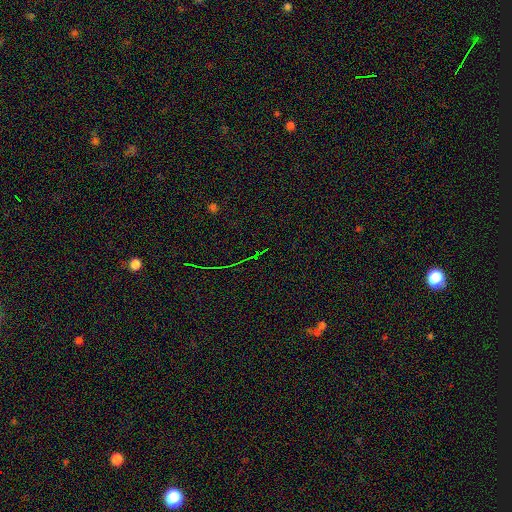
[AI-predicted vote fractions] Q: Smooth or featured?
A: star or artifact (78%); runner-up: smooth (12%)